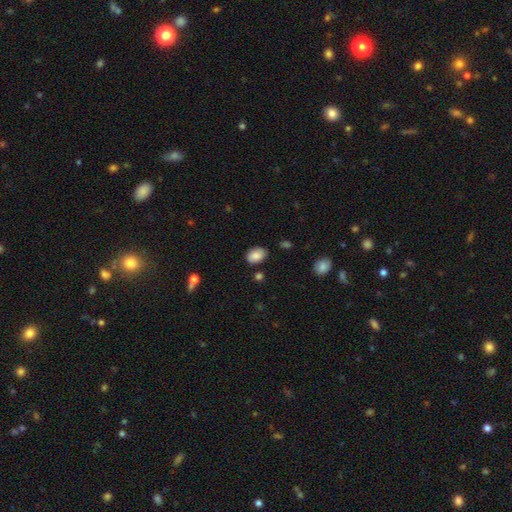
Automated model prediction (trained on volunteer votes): Smooth or featured?
  - smooth: 85% *
  - featured or disk: 8%
  - star or artifact: 8%
How rounded?
  - in between: 83% *
  - round: 16%
  - cigar-shaped: 1%
Merging?
  - none: 75% *
  - minor disturbance: 18%
  - major disturbance: 3%
  - merger: 3%